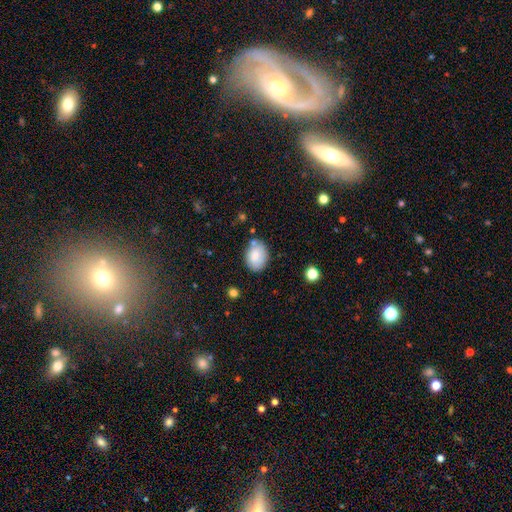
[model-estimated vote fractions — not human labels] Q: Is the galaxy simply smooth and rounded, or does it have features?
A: smooth — 81%.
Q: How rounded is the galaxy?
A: in between — 75%.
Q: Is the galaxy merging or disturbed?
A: none — 72%.